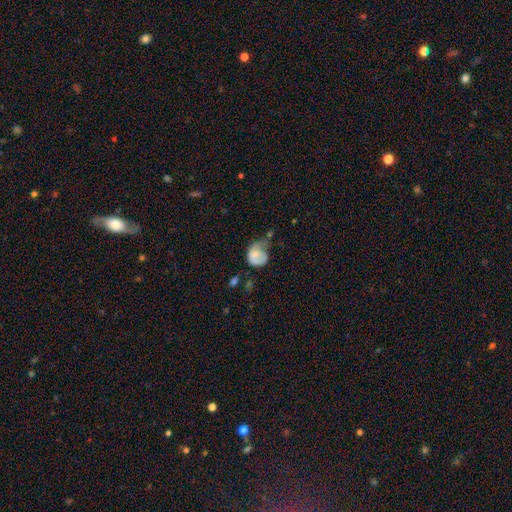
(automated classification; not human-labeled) smooth-or-featured: smooth: 67% | featured or disk: 26% | star or artifact: 8%
  how-rounded: round: 61% | in between: 38% | cigar-shaped: 1%
  merging: major disturbance: 37% | minor disturbance: 32% | none: 25% | merger: 7%